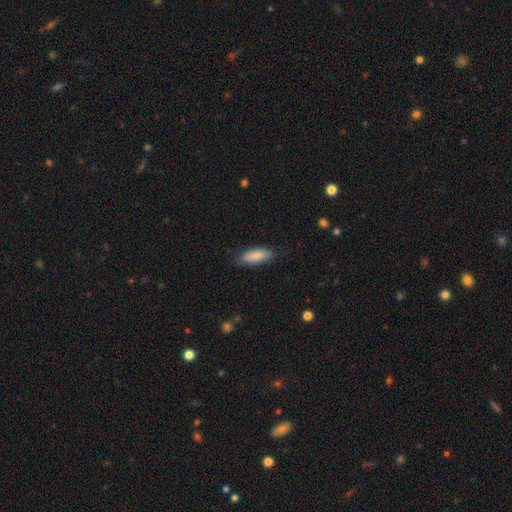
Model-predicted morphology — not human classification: A smooth galaxy with no disk features (86%) that is in between round and cigar-shaped (74%). Merging: none (78%).